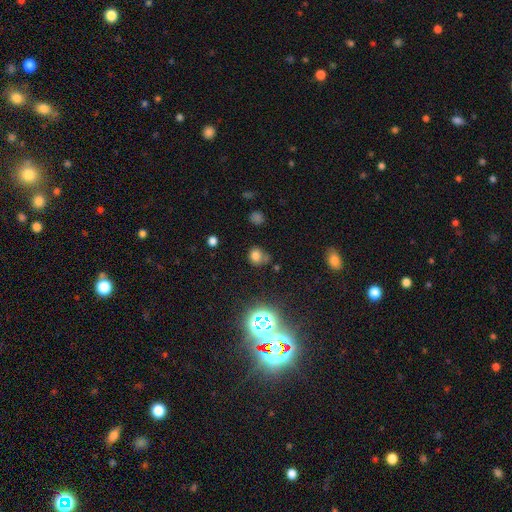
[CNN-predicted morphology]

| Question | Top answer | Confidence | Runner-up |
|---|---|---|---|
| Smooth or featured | smooth | 68% | star or artifact (24%) |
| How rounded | round | 67% | in between (32%) |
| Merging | none | 54% | minor disturbance (24%) |